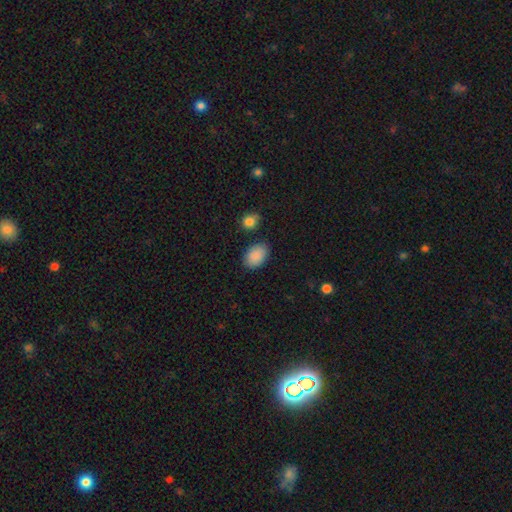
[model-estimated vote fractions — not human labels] The model was most divided on "merging": none: 83%, minor disturbance: 11%, merger: 3%, major disturbance: 3%. More confident: smooth or featured — smooth (89%); how rounded — in between (87%).